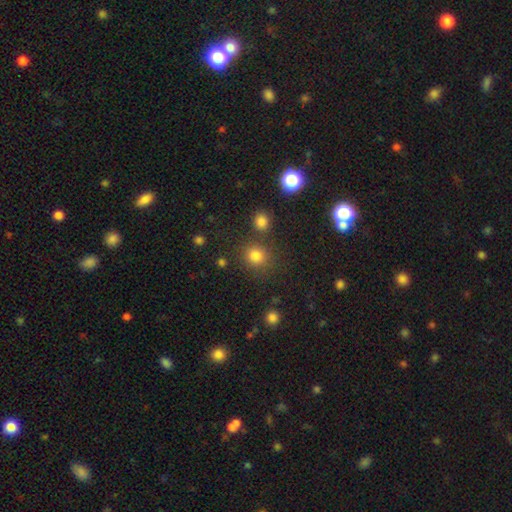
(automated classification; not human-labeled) smooth-or-featured: smooth: 80% | star or artifact: 16% | featured or disk: 5%
  how-rounded: round: 87% | in between: 12% | cigar-shaped: 1%
  merging: none: 77% | merger: 10% | minor disturbance: 9% | major disturbance: 4%